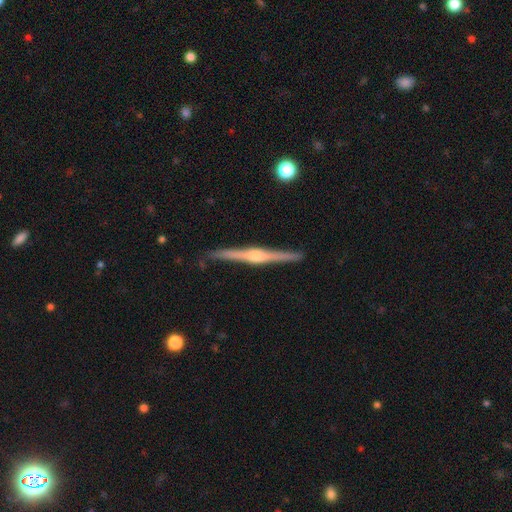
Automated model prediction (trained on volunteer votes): Morphology: type=featured or disk (85%); edge-on=yes (98%); edge-on bulge=rounded (87%); merging=none (89%).